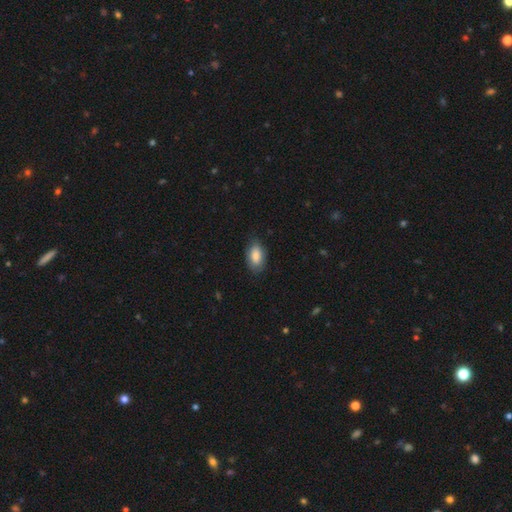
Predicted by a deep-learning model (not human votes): smooth_or_featured: smooth (p=0.85) [alt: featured or disk p=0.08]
how_rounded: in between (p=0.93) [alt: round p=0.04]
merging: none (p=0.80) [alt: minor disturbance p=0.16]